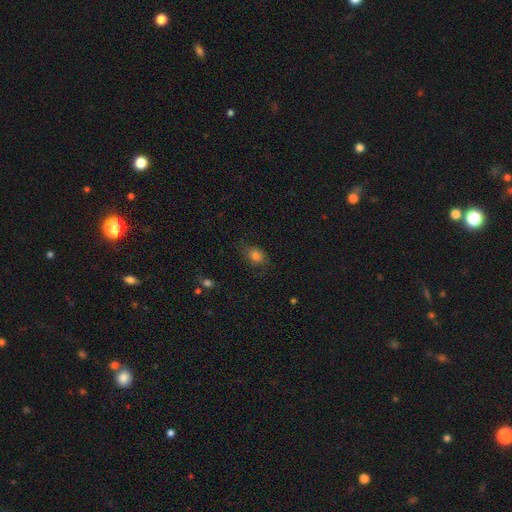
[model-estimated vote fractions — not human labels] Smooth or featured: smooth — 69% (featured or disk — 17%)
How rounded: in between — 60% (round — 38%)
Merging: none — 62% (minor disturbance — 23%)